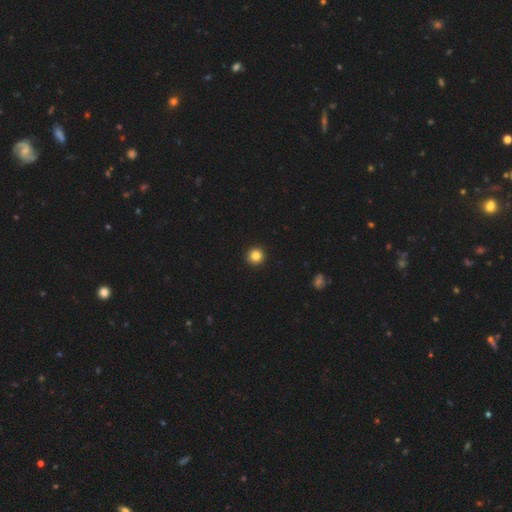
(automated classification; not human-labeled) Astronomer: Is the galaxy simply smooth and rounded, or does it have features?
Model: smooth — 84%.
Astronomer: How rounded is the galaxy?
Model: round — 95%.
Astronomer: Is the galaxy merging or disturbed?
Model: none — 93%.